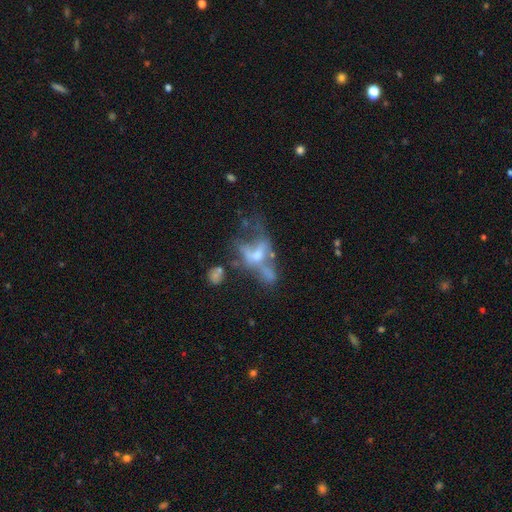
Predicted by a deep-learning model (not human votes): Smooth or featured? Predicted: featured or disk (p=0.60). Edge-on disk? Predicted: no (p=0.89). Bar? Predicted: no (p=0.74). Spiral arms? Predicted: no (p=0.80). Bulge size? Predicted: moderate (p=0.43). Merging? Predicted: major disturbance (p=0.35).